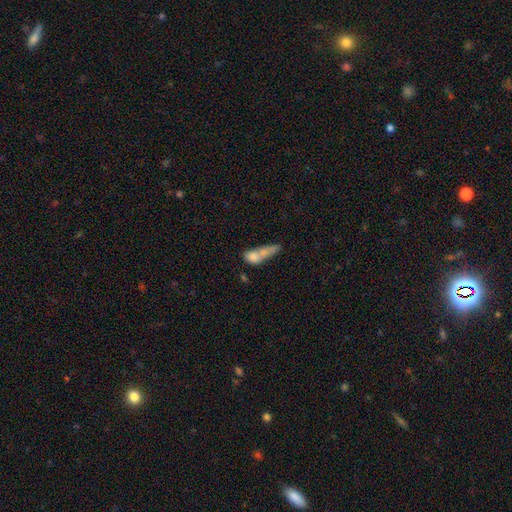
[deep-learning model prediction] Q: Smooth or featured?
A: smooth (68%); runner-up: featured or disk (22%)
Q: How rounded?
A: in between (48%); runner-up: cigar-shaped (34%)
Q: Merging?
A: merger (58%); runner-up: none (19%)